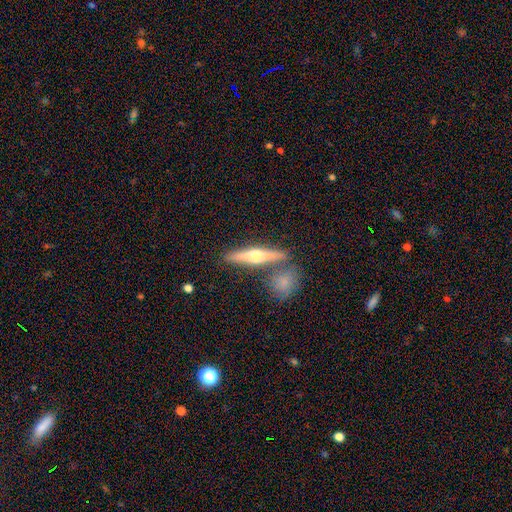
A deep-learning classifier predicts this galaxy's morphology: A featured or disk galaxy (64%) viewed edge-on (96%) with a rounded central bulge (94%). Merging: none (75%).